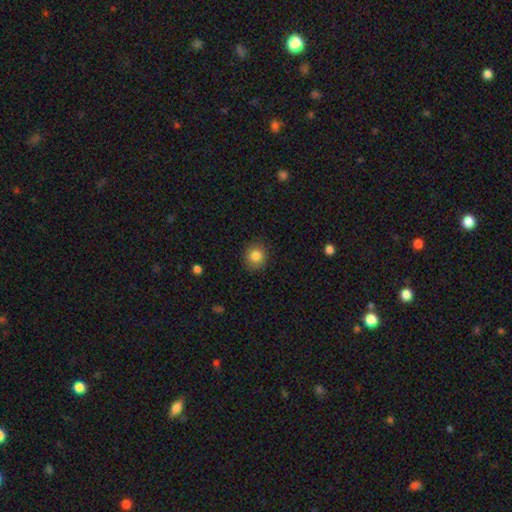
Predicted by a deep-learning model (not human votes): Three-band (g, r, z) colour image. It shows a smooth galaxy with no disk features (84%) that is round (89%). Merging: none (88%).